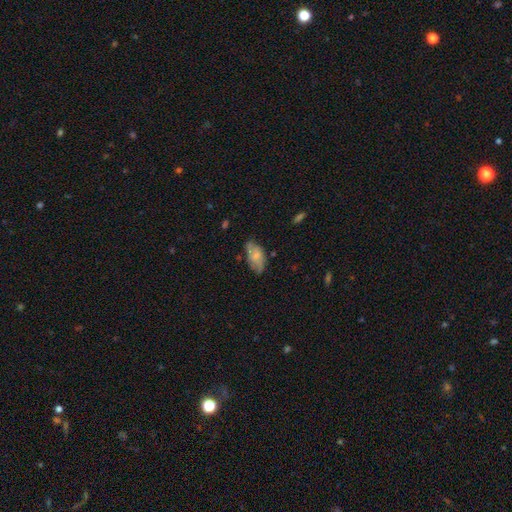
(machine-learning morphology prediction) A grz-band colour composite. It shows a smooth galaxy with no disk features (63%) that is in between round and cigar-shaped (93%). Merging: none (63%).